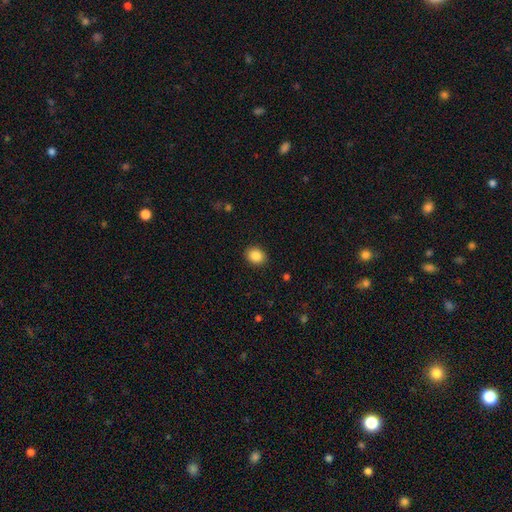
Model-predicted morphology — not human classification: The model was most divided on "how rounded": round: 55%, in between: 45%, cigar-shaped: 1%. More confident: merging — none (91%); smooth or featured — smooth (87%).